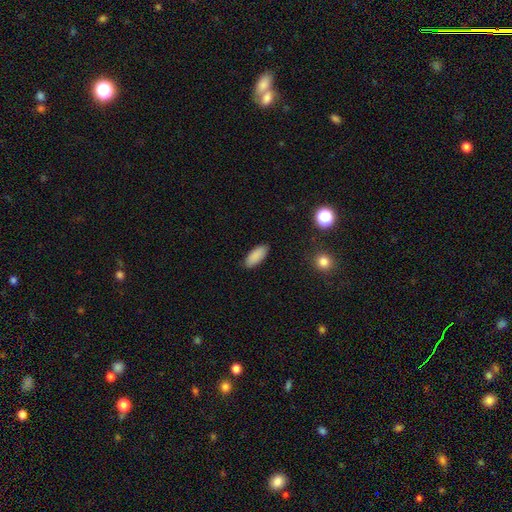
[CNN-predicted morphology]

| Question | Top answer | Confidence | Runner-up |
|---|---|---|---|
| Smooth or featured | smooth | 88% | star or artifact (7%) |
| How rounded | in between | 85% | cigar-shaped (13%) |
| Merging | none | 87% | minor disturbance (10%) |